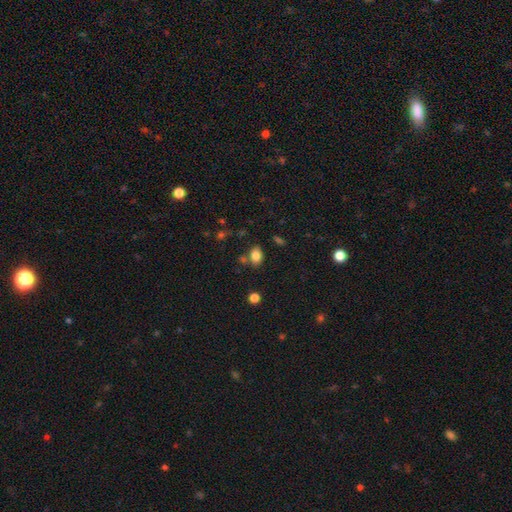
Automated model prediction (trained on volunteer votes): A smooth galaxy with no disk features (82%) that is in between round and cigar-shaped (80%). Merging: none (72%).